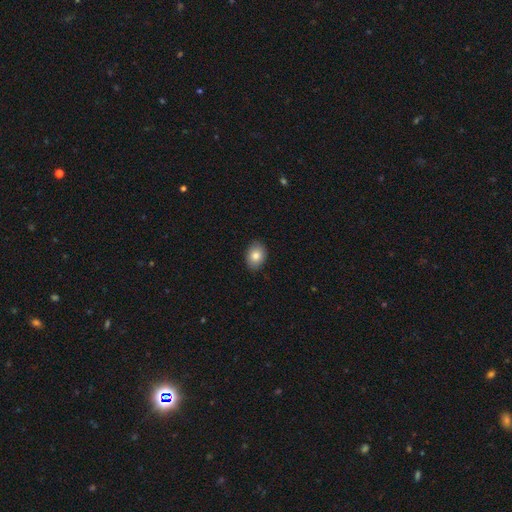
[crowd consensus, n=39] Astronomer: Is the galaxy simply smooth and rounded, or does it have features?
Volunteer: smooth — 87%.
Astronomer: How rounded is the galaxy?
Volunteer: in between — 59% (runner-up: round, 38%).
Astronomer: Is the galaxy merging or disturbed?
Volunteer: none — 86%.